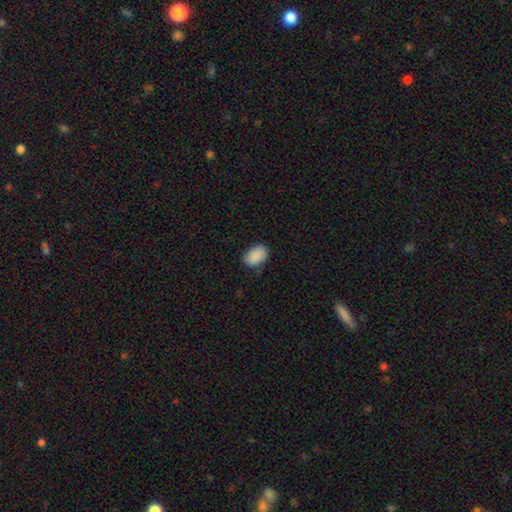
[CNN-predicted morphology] smooth-or-featured: smooth: 90% | star or artifact: 7% | featured or disk: 4%
  how-rounded: in between: 86% | round: 12% | cigar-shaped: 1%
  merging: none: 82% | minor disturbance: 14% | major disturbance: 3% | merger: 1%